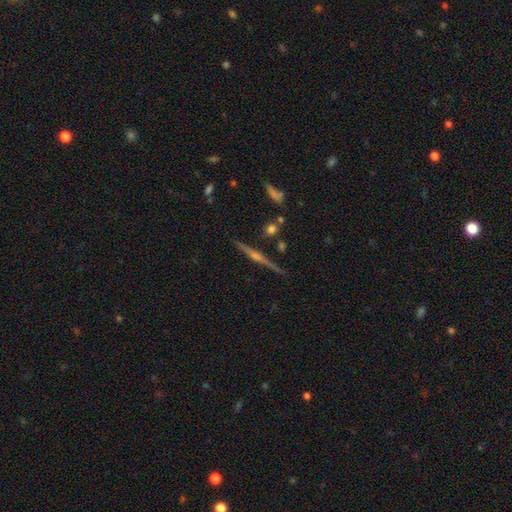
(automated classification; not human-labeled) Overall: featured or disk (82%). Edge-on disk: yes (98%). Edge-on bulge: rounded (84%). Merging: none (89%).